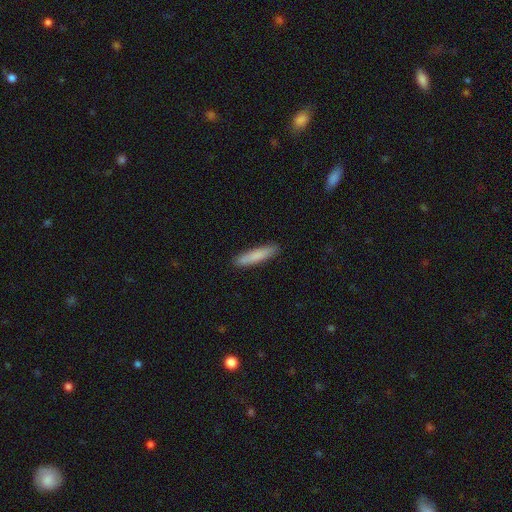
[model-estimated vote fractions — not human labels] The model was most divided on "smooth or featured": smooth: 83%, featured or disk: 12%, star or artifact: 6%. More confident: merging — none (90%); how rounded — cigar-shaped (87%).